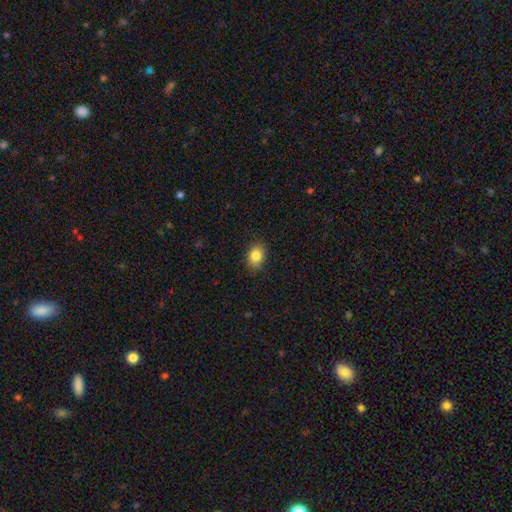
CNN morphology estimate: A smooth galaxy with no disk features (84%) that is in between round and cigar-shaped (72%). Merging: none (87%).